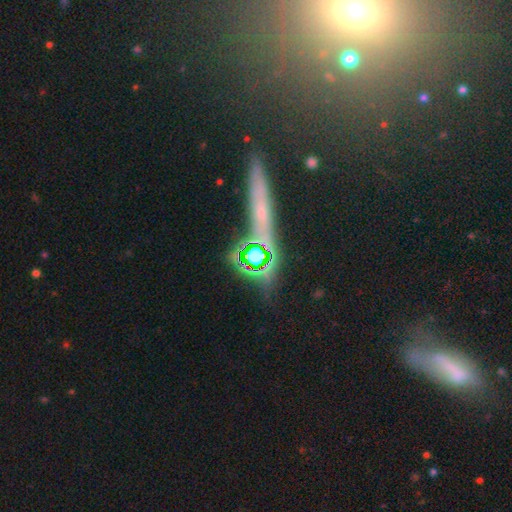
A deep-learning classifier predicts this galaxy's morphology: This appears to be a star or artifact, not a galaxy (52%).